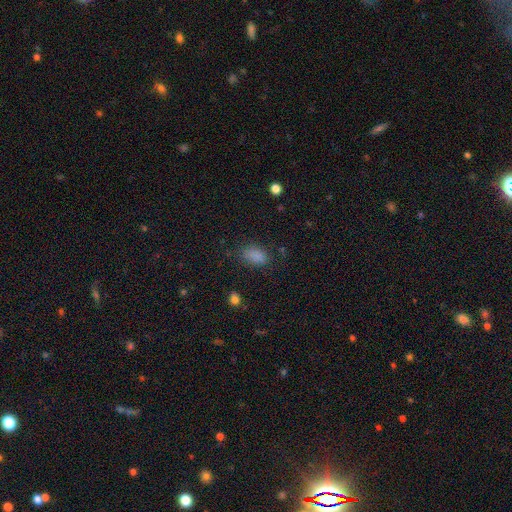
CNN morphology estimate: Q: Smooth or featured?
A: smooth (83%); runner-up: star or artifact (12%)
Q: How rounded?
A: in between (89%); runner-up: round (8%)
Q: Merging?
A: none (72%); runner-up: minor disturbance (19%)